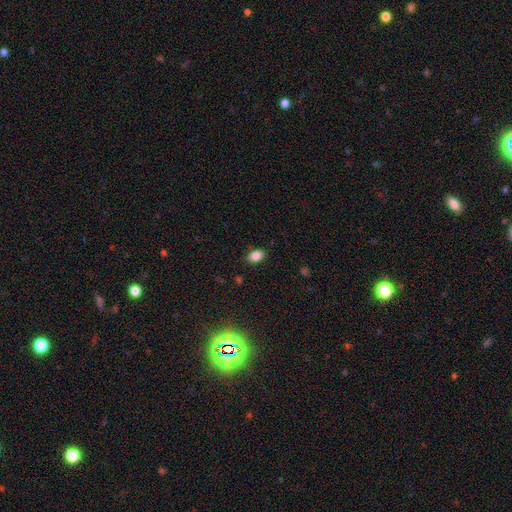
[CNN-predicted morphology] Smooth or featured? smooth (85%)
How rounded? in between (84%)
Merging? none (85%)